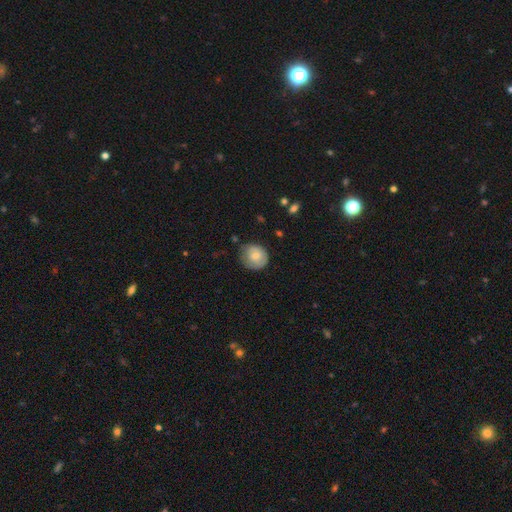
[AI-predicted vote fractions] A smooth galaxy with no disk features (74%) that is round (79%).

Vote fractions:
- Smooth or featured? smooth: 74% / featured or disk: 19% / star or artifact: 7%
- How rounded? round: 79% / in between: 20% / cigar-shaped: 1%
- Merging? none: 63% / minor disturbance: 29% / major disturbance: 7% / merger: 2%